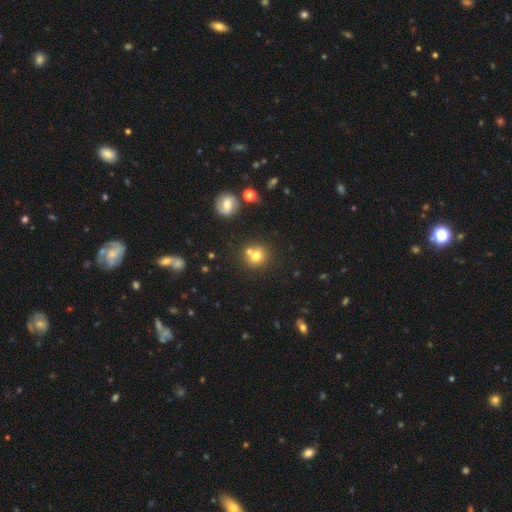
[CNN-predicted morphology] This is likely a smooth galaxy (72%). How rounded: clearly round (86%). Merging: possibly none (57%).